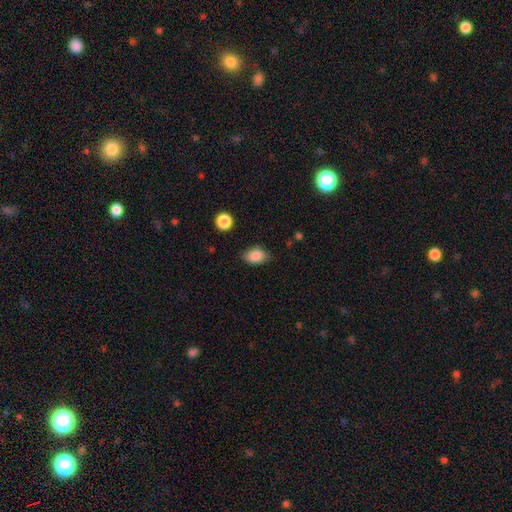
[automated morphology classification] smooth 87%, star or artifact 8%, featured or disk 5%. Down the decision tree: how rounded — in between (84%); merging — none (78%).